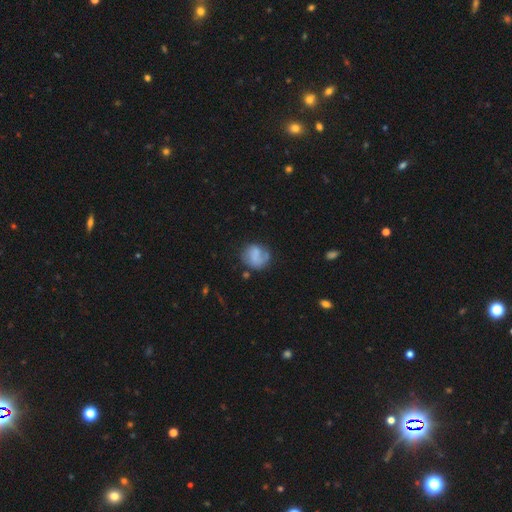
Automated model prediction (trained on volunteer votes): Smooth or featured? Predicted: smooth (p=0.62). How rounded? Predicted: round (p=0.72). Merging? Predicted: none (p=0.52).